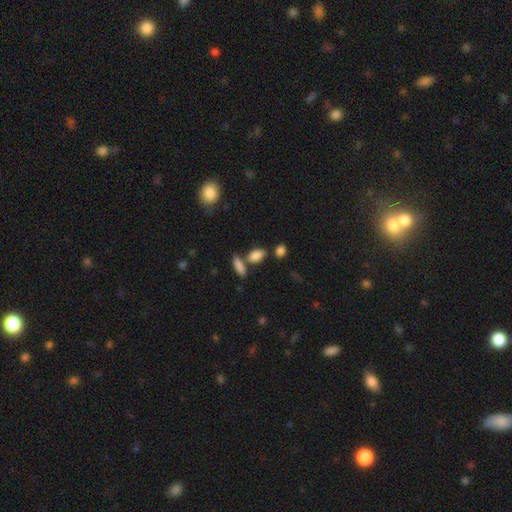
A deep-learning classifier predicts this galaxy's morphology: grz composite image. It shows a smooth galaxy with no disk features (85%) that is in between round and cigar-shaped (84%). Merging: none (62%).